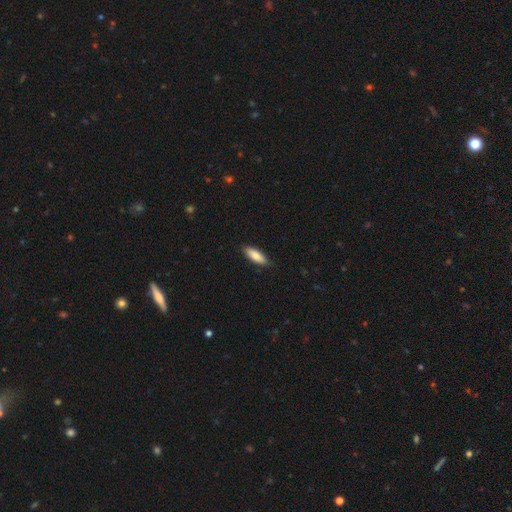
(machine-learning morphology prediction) smooth 83%, featured or disk 11%, star or artifact 6%. Down the decision tree: how rounded — in between (60%); merging — none (86%).